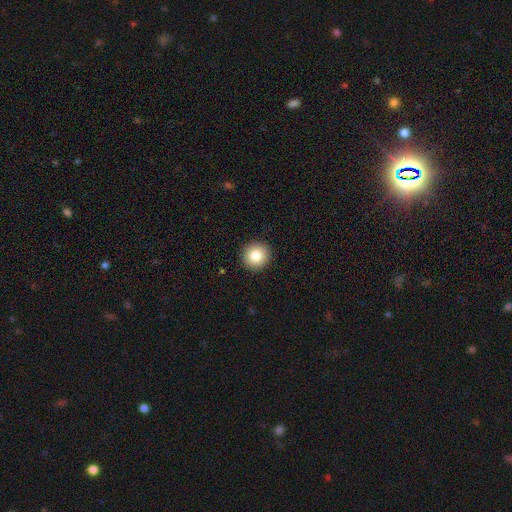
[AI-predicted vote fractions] Smooth or featured? Predicted: smooth (p=0.83). How rounded? Predicted: round (p=0.92). Merging? Predicted: none (p=0.92).